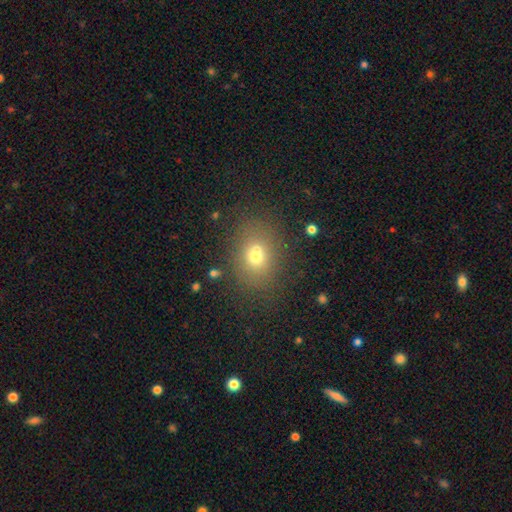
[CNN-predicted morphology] Smooth or featured? Predicted: smooth (p=0.66). How rounded? Predicted: in between (p=0.54). Merging? Predicted: none (p=0.58).